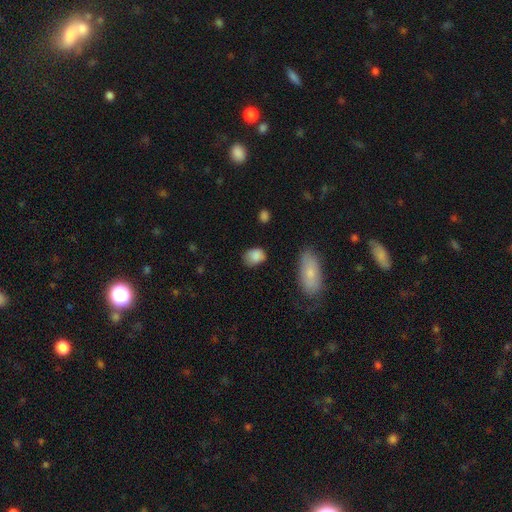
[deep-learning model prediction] Morphology: type=smooth (86%); roundness=in between (72%); merging=none (65%).